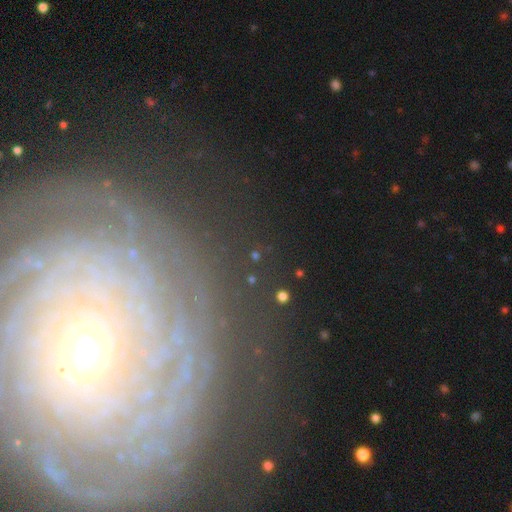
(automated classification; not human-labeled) Smooth or featured? Predicted: star or artifact (p=0.50).